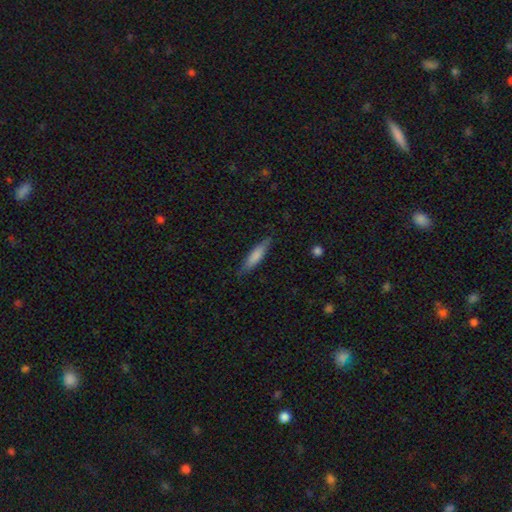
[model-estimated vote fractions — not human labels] This is likely a smooth galaxy (75%). How rounded: likely cigar-shaped (78%). Merging: clearly none (83%).